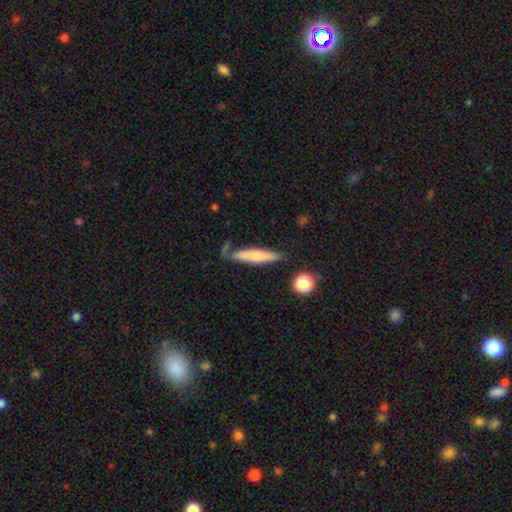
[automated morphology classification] type=smooth (65%); roundness=cigar-shaped (90%); merging=none (76%).